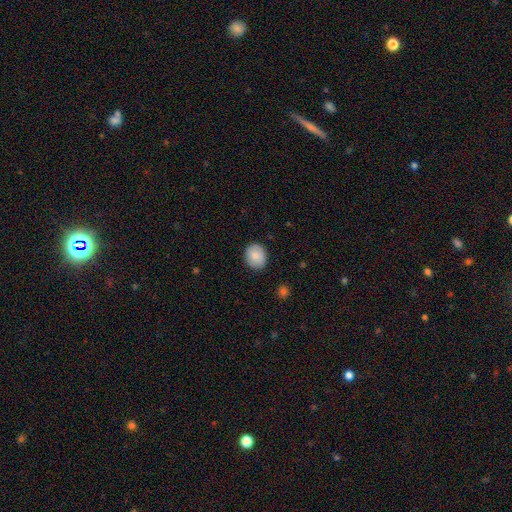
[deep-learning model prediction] smooth_or_featured: smooth (p=0.85) [alt: featured or disk p=0.08]
how_rounded: round (p=0.71) [alt: in between p=0.28]
merging: none (p=0.86) [alt: minor disturbance p=0.10]